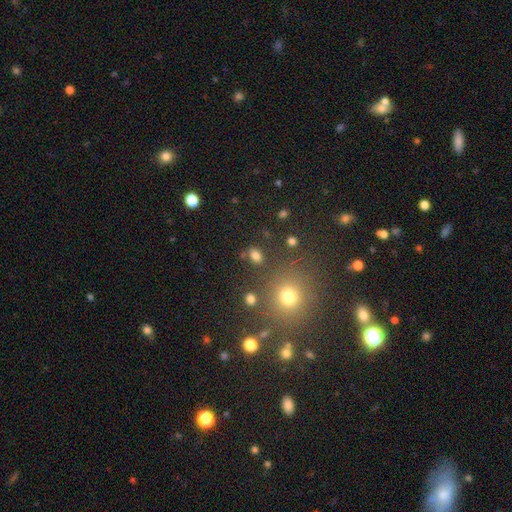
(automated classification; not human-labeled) Morphology: type=smooth (78%); roundness=in between (72%); merging=none (78%).